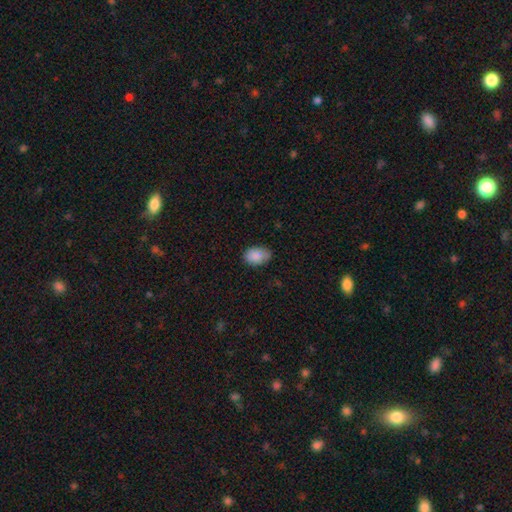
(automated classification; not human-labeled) A smooth galaxy with no disk features (87%) that is in between round and cigar-shaped (87%). Merging: none (74%).